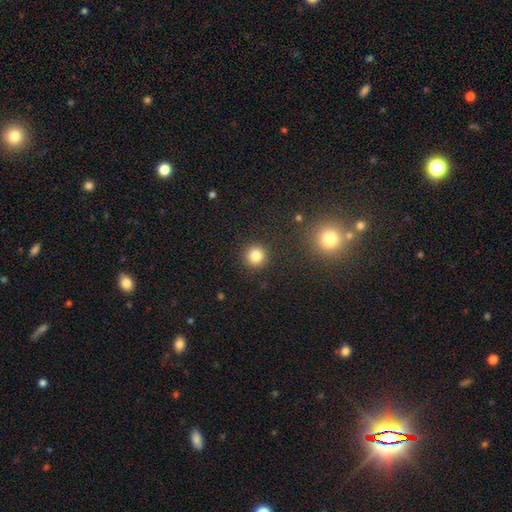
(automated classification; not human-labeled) Smooth or featured: smooth — 84% (star or artifact — 11%)
How rounded: round — 94% (in between — 5%)
Merging: none — 91% (minor disturbance — 5%)